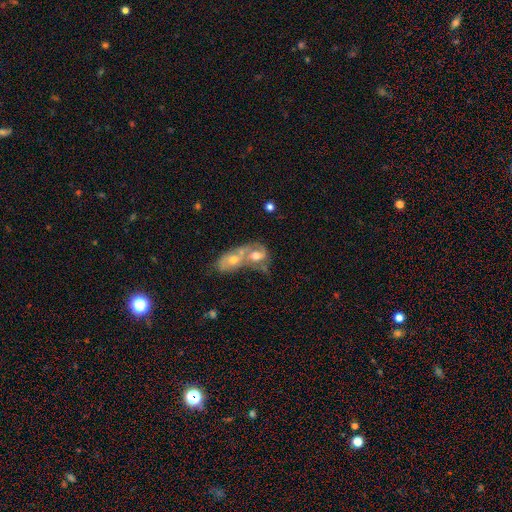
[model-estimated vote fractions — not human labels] A featured or disk galaxy (51%).

Vote fractions:
- Smooth or featured? featured or disk: 51% / smooth: 38% / star or artifact: 11%
- Edge-on disk? no: 94% / yes: 6%
- Merging? merger: 79% / none: 11% / minor disturbance: 5% / major disturbance: 5%